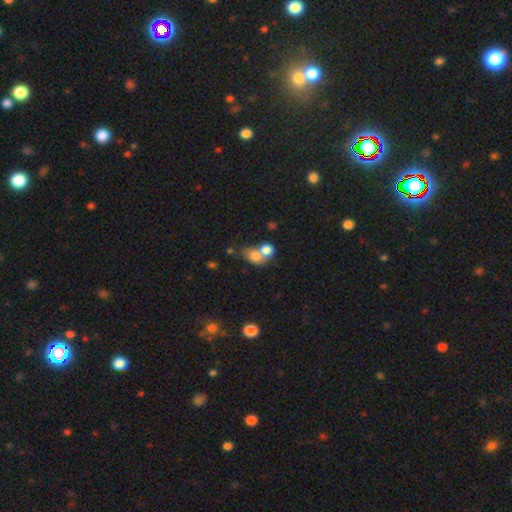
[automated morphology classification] A smooth galaxy with no disk features (76%) that is in between round and cigar-shaped (55%).

Vote fractions:
- Smooth or featured? smooth: 76% / featured or disk: 13% / star or artifact: 10%
- How rounded? in between: 55% / round: 43% / cigar-shaped: 2%
- Merging? merger: 61% / none: 25% / minor disturbance: 9% / major disturbance: 5%